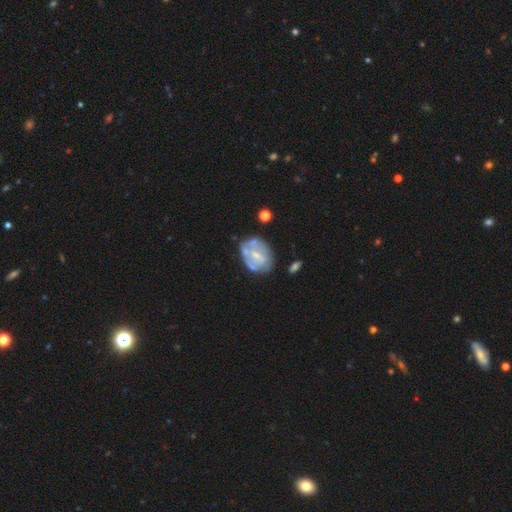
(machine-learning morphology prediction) Smooth or featured?
  - featured or disk: 63% *
  - smooth: 29%
  - star or artifact: 7%
Edge-on disk?
  - no: 97% *
  - yes: 3%
Bar?
  - no: 52% *
  - weak: 37%
  - strong: 11%
Spiral arms?
  - no: 64% *
  - yes: 36%
Bulge size?
  - small: 45% *
  - moderate: 32%
  - none: 19%
  - large: 3%
  - dominant: 1%
Merging?
  - none: 47% *
  - minor disturbance: 26%
  - major disturbance: 16%
  - merger: 11%